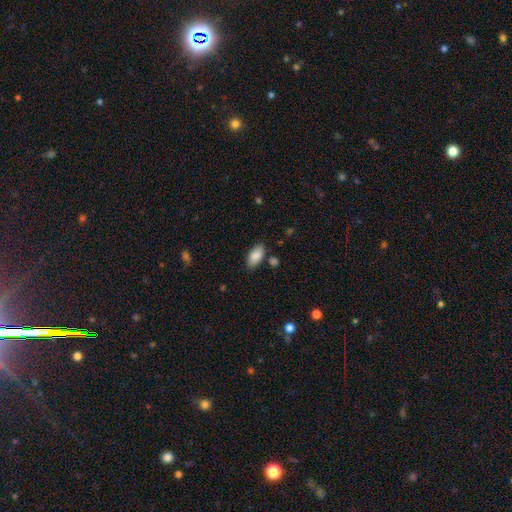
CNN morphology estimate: Smooth or featured?
  - smooth: 87% *
  - featured or disk: 7%
  - star or artifact: 7%
How rounded?
  - in between: 93% *
  - cigar-shaped: 5%
  - round: 2%
Merging?
  - none: 80% *
  - minor disturbance: 13%
  - merger: 4%
  - major disturbance: 3%